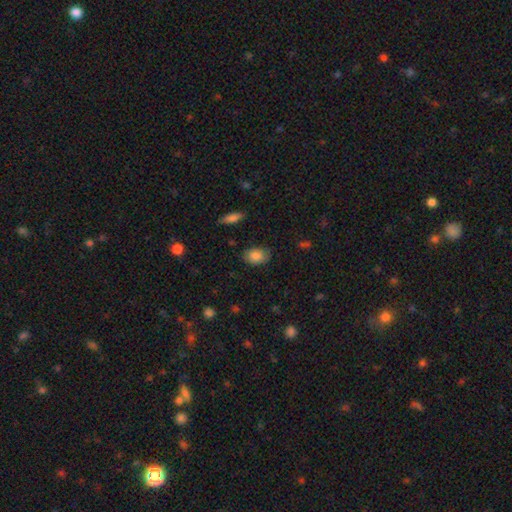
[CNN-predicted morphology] Smooth or featured: smooth — 85% (star or artifact — 8%)
How rounded: in between — 82% (round — 17%)
Merging: none — 81% (minor disturbance — 15%)